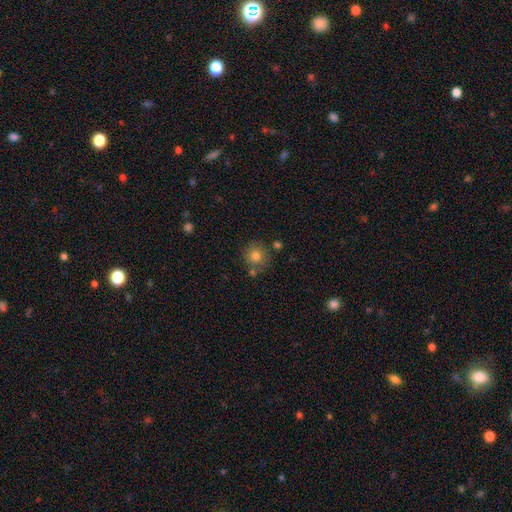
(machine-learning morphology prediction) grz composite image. It shows a smooth galaxy with no disk features (78%) that is round (92%). Merging: none (74%).